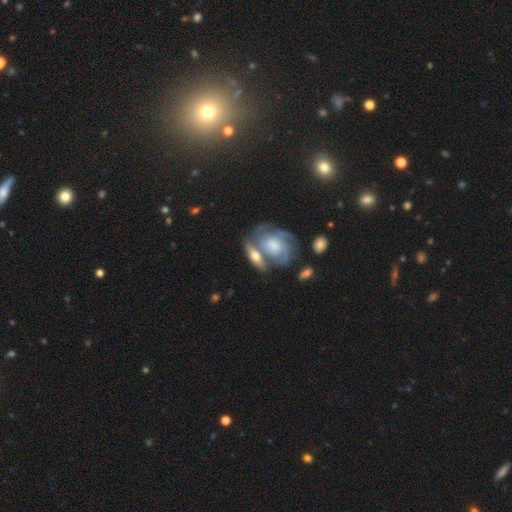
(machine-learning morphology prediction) Smooth or featured? featured or disk (59%)
Edge-on disk? no (66%)
Merging? none (45%)